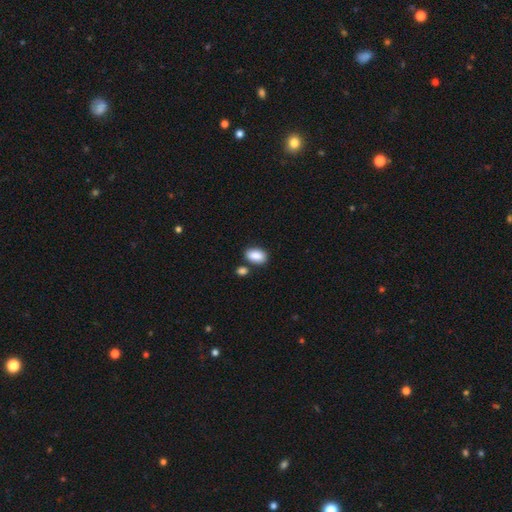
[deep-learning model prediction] Smooth or featured?
  - smooth: 88% *
  - star or artifact: 7%
  - featured or disk: 5%
How rounded?
  - in between: 89% *
  - round: 9%
  - cigar-shaped: 2%
Merging?
  - none: 70% *
  - merger: 14%
  - minor disturbance: 12%
  - major disturbance: 3%